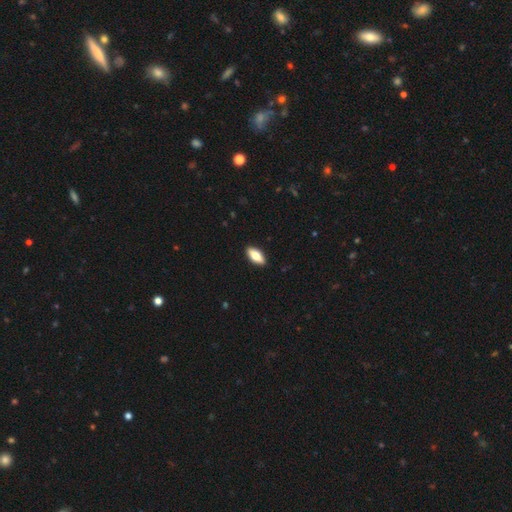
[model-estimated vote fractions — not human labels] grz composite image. It shows a smooth galaxy with no disk features (71%) that is in between round and cigar-shaped (83%). Merging: none (90%).